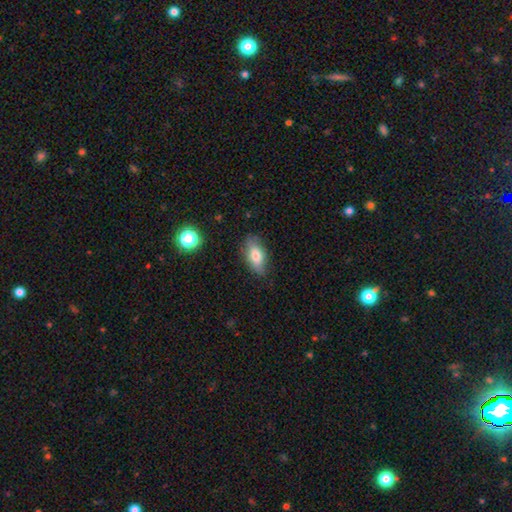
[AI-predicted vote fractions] The model was most divided on "smooth or featured": smooth: 76%, featured or disk: 16%, star or artifact: 8%. More confident: how rounded — in between (88%); merging — none (80%).